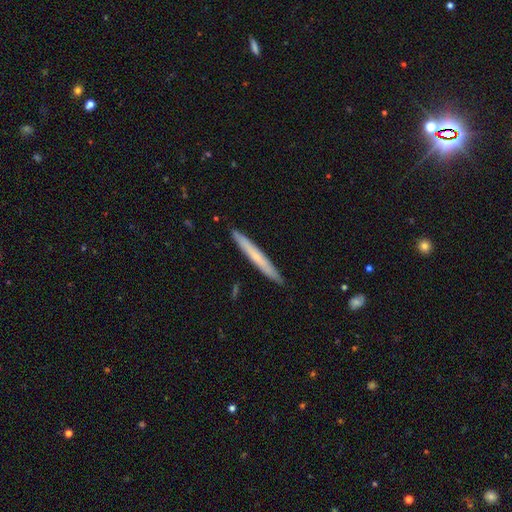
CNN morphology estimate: A smooth galaxy with no disk features (54%) that is cigar-shaped (97%).

Vote fractions:
- Smooth or featured? smooth: 54% / featured or disk: 40% / star or artifact: 6%
- How rounded? cigar-shaped: 97% / in between: 2% / round: 1%
- Merging? none: 91% / minor disturbance: 6% / major disturbance: 1% / merger: 1%